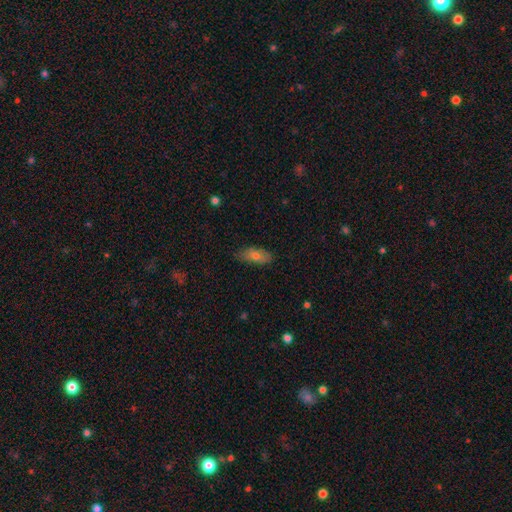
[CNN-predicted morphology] smooth 70%, featured or disk 22%, star or artifact 8%. Down the decision tree: how rounded — in between (79%); merging — none (79%).